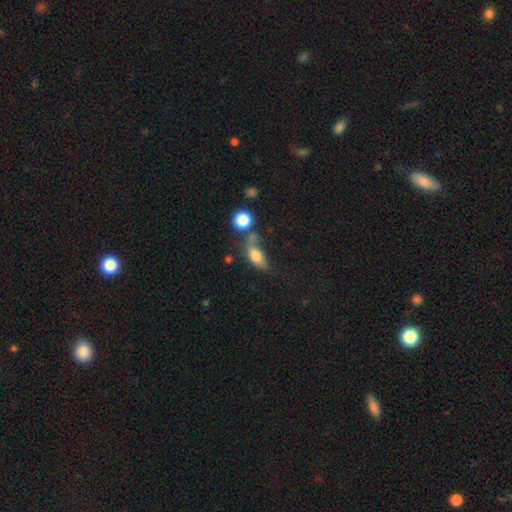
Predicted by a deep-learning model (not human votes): smooth 71%, featured or disk 18%, star or artifact 10%. Down the decision tree: how rounded — in between (76%); merging — none (32%).